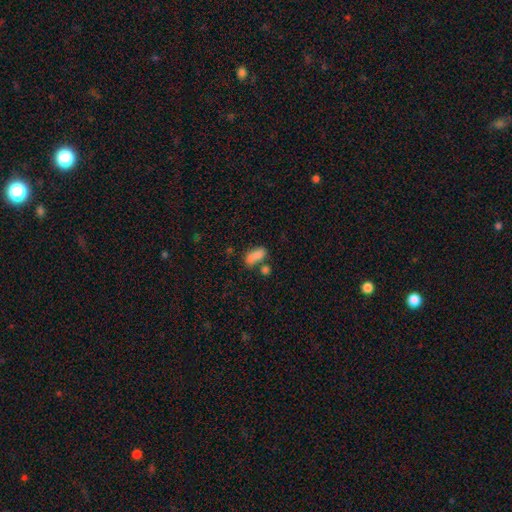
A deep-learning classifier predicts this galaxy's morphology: This is clearly a smooth galaxy (83%). How rounded: clearly in between (85%). Merging: possibly none (49%).